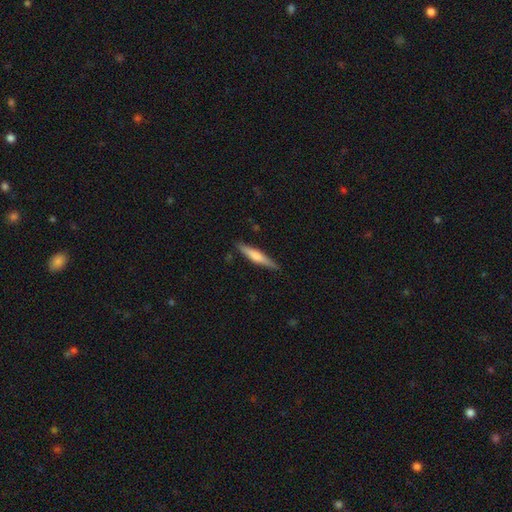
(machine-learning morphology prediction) Smooth or featured: smooth — 52% (featured or disk — 43%)
How rounded: cigar-shaped — 90% (in between — 8%)
Merging: none — 88% (minor disturbance — 9%)